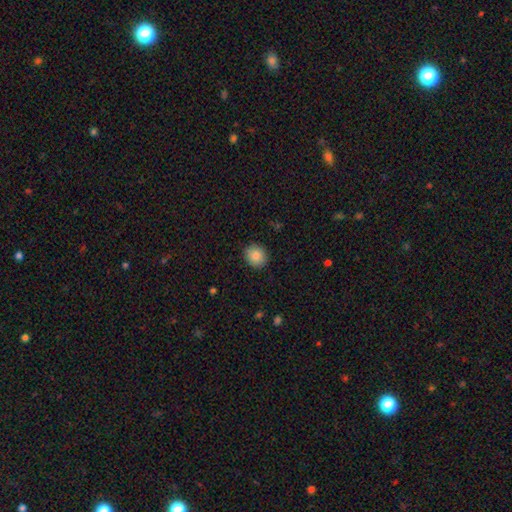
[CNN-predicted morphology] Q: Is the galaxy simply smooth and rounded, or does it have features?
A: smooth — 87%.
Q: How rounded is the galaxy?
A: round — 78%.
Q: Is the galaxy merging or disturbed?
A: none — 89%.